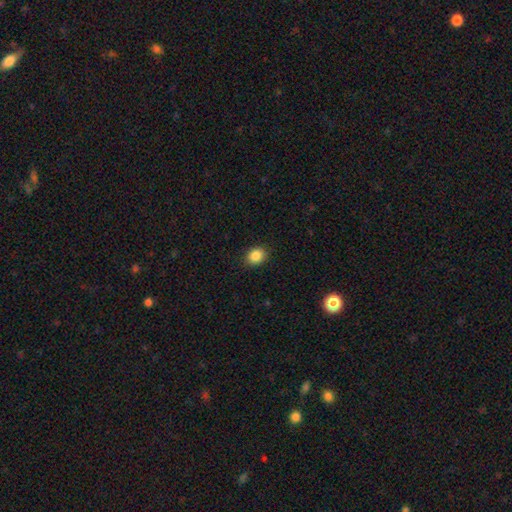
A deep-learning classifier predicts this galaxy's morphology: This is clearly a smooth galaxy (87%). How rounded: possibly in between (50%). Merging: clearly none (89%).